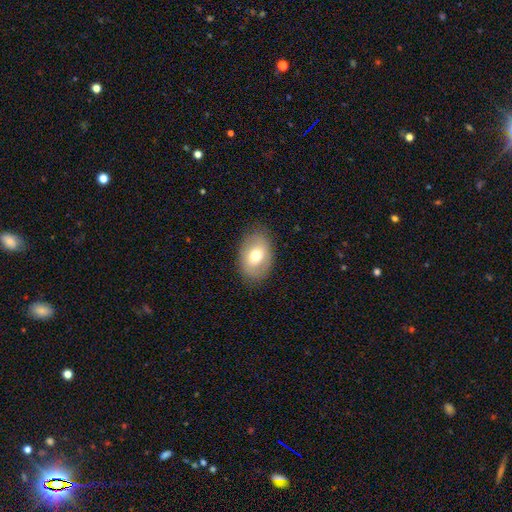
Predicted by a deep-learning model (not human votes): A smooth galaxy with no disk features (67%) that is in between round and cigar-shaped (82%). Merging: none (83%).